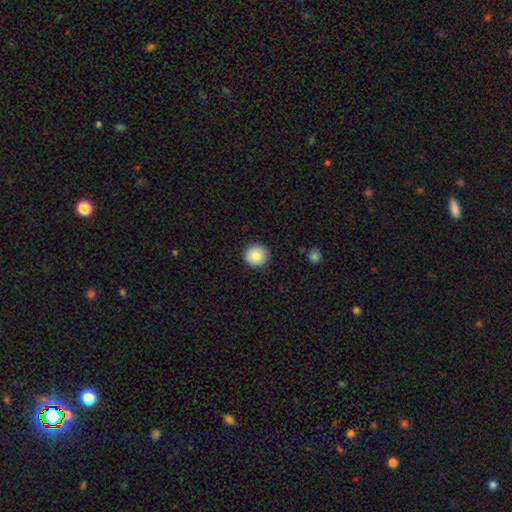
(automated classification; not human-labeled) The model was most divided on "smooth or featured": smooth: 86%, star or artifact: 8%, featured or disk: 6%. More confident: how rounded — round (94%); merging — none (91%).